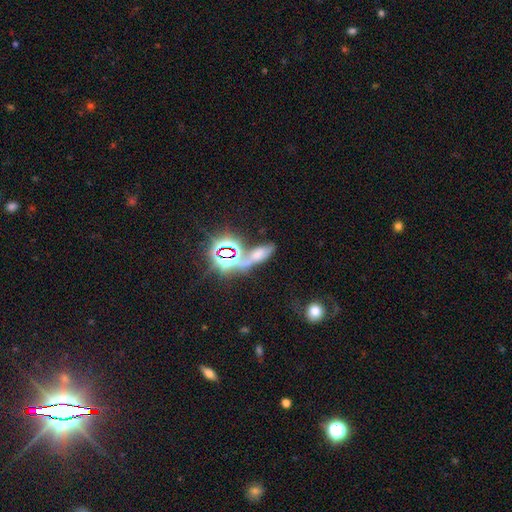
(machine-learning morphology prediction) A star or artifact, not a galaxy (45%).